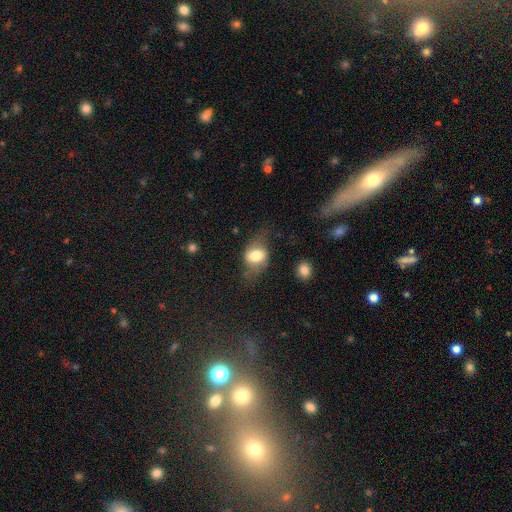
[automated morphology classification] The model was most divided on "merging": none: 54%, minor disturbance: 26%, major disturbance: 17%, merger: 3%. More confident: how rounded — in between (67%); smooth or featured — smooth (60%).